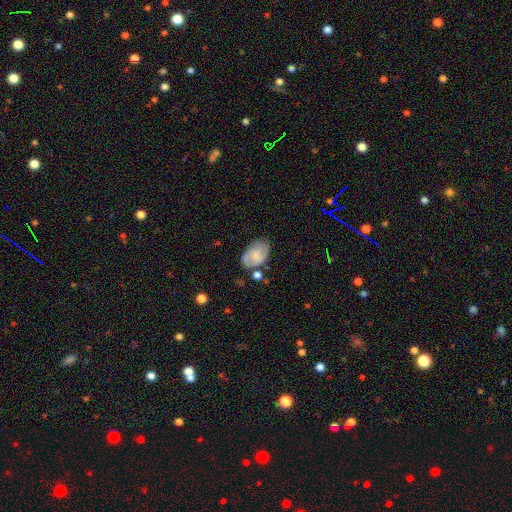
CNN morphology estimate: Overall: smooth (62%; featured or disk 31%). How rounded: in between (90%). Merging: none (63%; minor disturbance 23%).